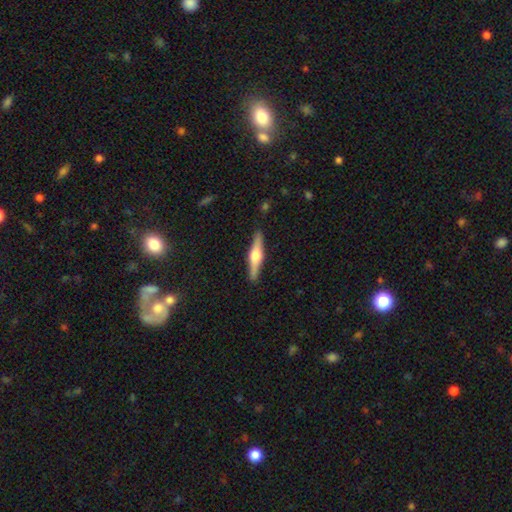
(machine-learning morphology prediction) Q: Smooth or featured?
A: featured or disk (67%); runner-up: smooth (28%)
Q: Edge-on disk?
A: yes (97%); runner-up: no (3%)
Q: Edge-on bulge?
A: rounded (93%); runner-up: boxy (5%)
Q: Merging?
A: none (90%); runner-up: minor disturbance (7%)